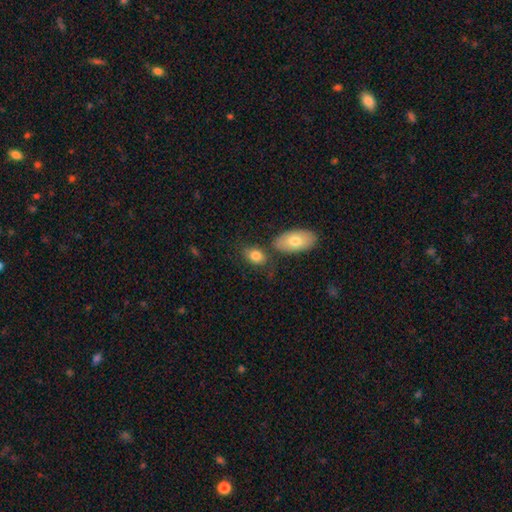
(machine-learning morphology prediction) Smooth or featured?
  - smooth: 81% *
  - featured or disk: 12%
  - star or artifact: 8%
How rounded?
  - in between: 82% *
  - round: 16%
  - cigar-shaped: 2%
Merging?
  - none: 61% *
  - merger: 20%
  - minor disturbance: 14%
  - major disturbance: 5%